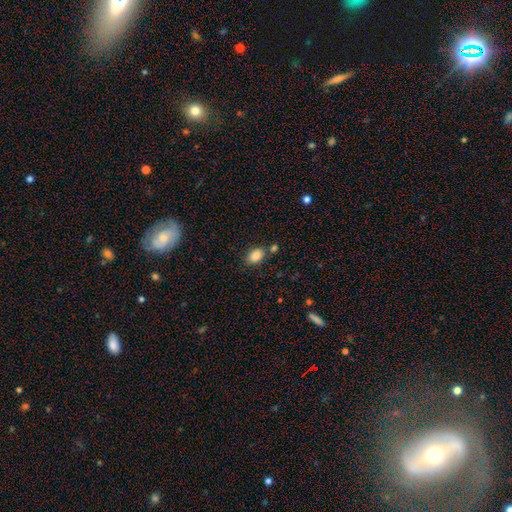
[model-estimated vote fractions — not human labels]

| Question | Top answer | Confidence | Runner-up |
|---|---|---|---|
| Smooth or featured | smooth | 87% | star or artifact (8%) |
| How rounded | in between | 84% | round (15%) |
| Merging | none | 72% | minor disturbance (14%) |